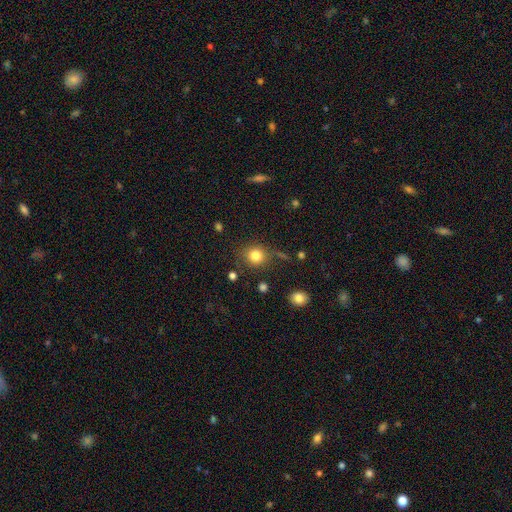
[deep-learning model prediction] This appears to be a smooth galaxy with no disk features (82%) that is round (85%). Merging: none (77%).